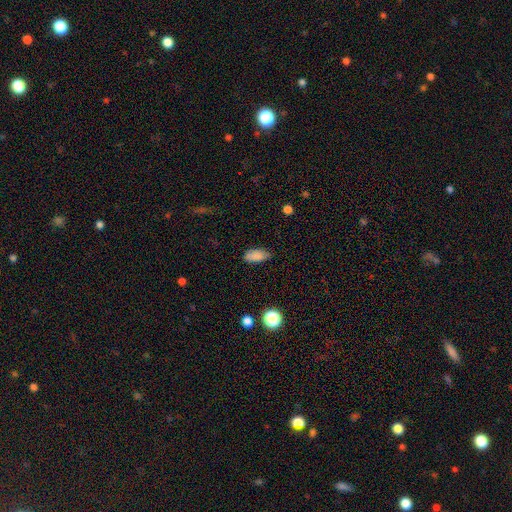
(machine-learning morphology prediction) A smooth galaxy with no disk features (85%) that is in between round and cigar-shaped (90%).

Vote fractions:
- Smooth or featured? smooth: 85% / star or artifact: 9% / featured or disk: 6%
- How rounded? in between: 90% / cigar-shaped: 6% / round: 4%
- Merging? none: 78% / minor disturbance: 17% / major disturbance: 3% / merger: 1%